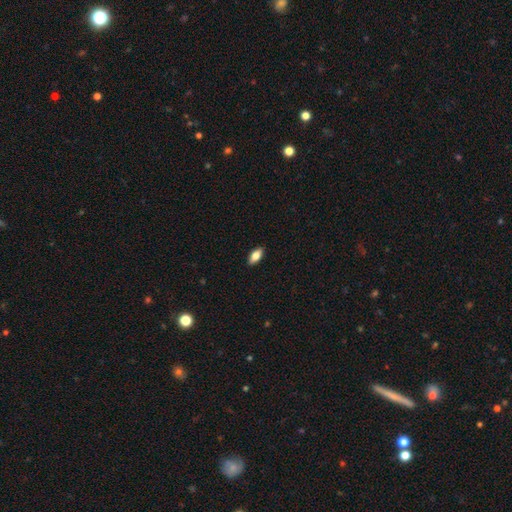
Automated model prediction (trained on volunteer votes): A smooth galaxy with no disk features (81%) that is in between round and cigar-shaped (88%). Merging: none (89%).